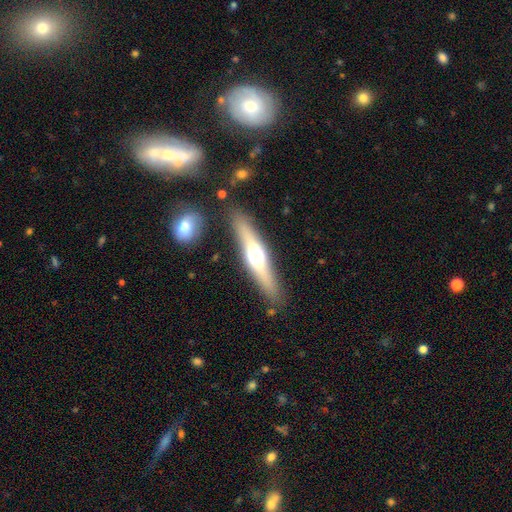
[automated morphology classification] Smooth or featured: featured or disk — 54% (smooth — 39%)
Edge-on disk: yes — 89% (no — 11%)
Merging: none — 86% (minor disturbance — 9%)